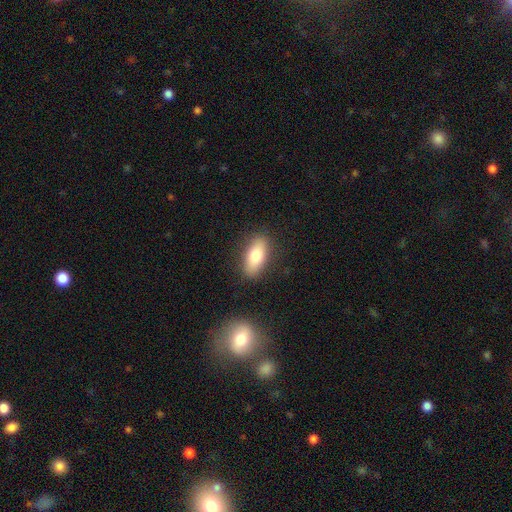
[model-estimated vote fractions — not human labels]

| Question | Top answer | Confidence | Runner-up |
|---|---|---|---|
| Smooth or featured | smooth | 78% | featured or disk (15%) |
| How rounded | in between | 80% | cigar-shaped (16%) |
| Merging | none | 85% | minor disturbance (10%) |